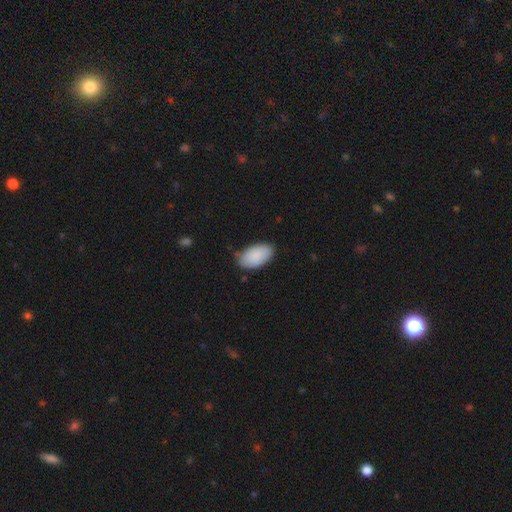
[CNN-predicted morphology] A smooth galaxy with no disk features (88%) that is in between round and cigar-shaped (95%). Merging: none (80%).